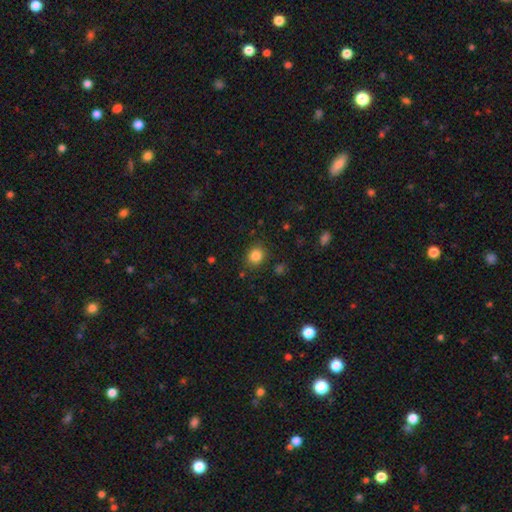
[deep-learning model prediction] Q: Smooth or featured?
A: smooth (84%); runner-up: star or artifact (11%)
Q: How rounded?
A: round (74%); runner-up: in between (25%)
Q: Merging?
A: none (86%); runner-up: minor disturbance (9%)